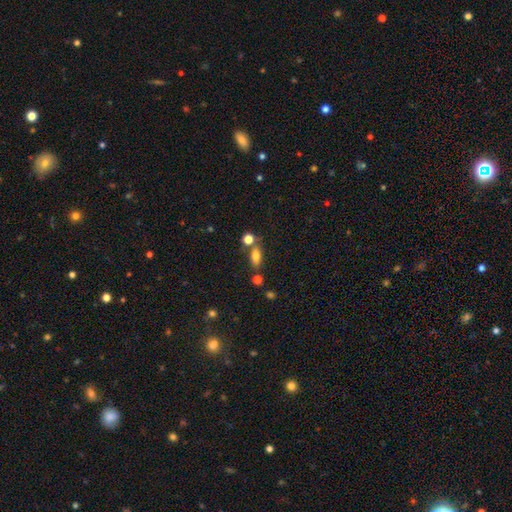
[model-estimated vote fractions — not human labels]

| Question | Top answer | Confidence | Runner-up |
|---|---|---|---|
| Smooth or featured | smooth | 75% | featured or disk (13%) |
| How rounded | in between | 75% | cigar-shaped (16%) |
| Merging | none | 62% | merger (20%) |